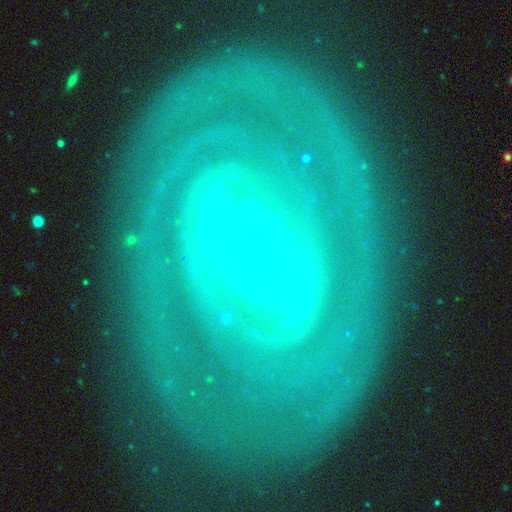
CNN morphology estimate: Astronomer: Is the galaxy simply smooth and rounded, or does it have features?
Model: featured or disk — 83%.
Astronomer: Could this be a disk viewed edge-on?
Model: no — 95%.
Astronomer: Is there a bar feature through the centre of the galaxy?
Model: weak — 38% (runner-up: no, 33%).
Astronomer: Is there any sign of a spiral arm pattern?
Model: yes — 77%.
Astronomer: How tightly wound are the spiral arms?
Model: tight — 76%.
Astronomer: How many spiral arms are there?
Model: can't tell — 45% (runner-up: 2, 30%).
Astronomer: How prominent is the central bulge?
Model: small — 79%.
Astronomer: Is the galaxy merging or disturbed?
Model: none — 76%.